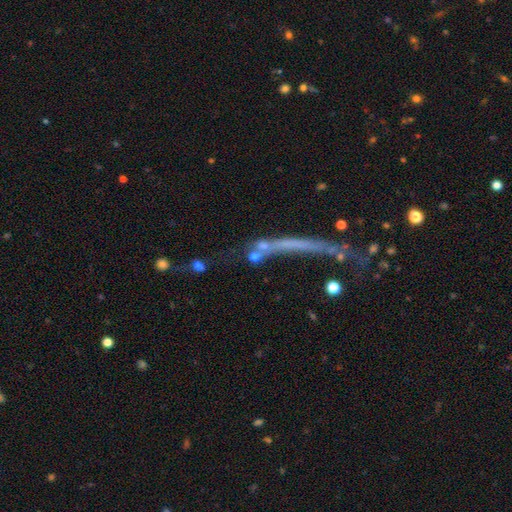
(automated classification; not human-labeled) Smooth or featured? Predicted: smooth (p=0.42). Merging? Predicted: none (p=0.44).